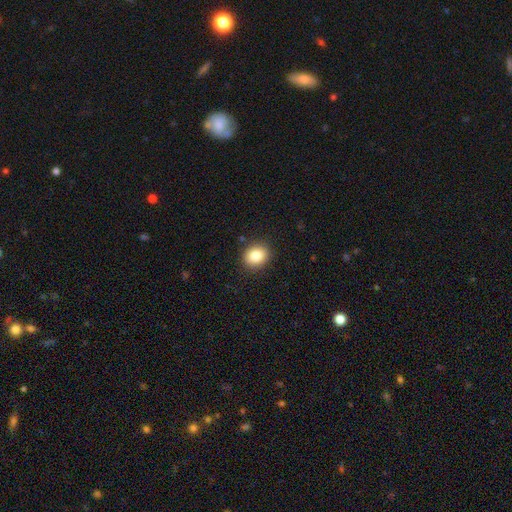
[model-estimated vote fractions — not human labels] Smooth or featured? Predicted: smooth (p=0.84). How rounded? Predicted: round (p=0.63). Merging? Predicted: none (p=0.89).